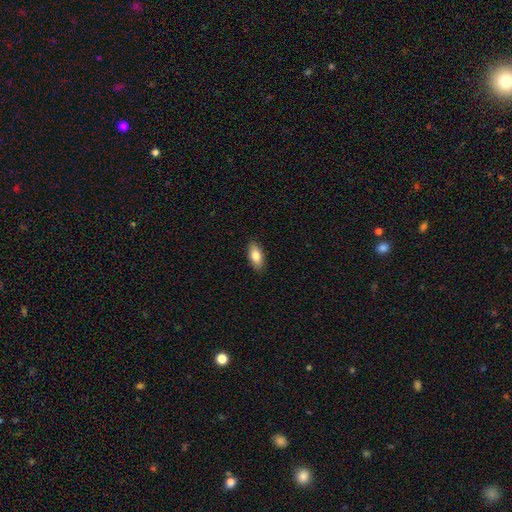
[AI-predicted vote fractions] Q: Smooth or featured?
A: smooth (79%); runner-up: featured or disk (14%)
Q: How rounded?
A: in between (87%); runner-up: cigar-shaped (10%)
Q: Merging?
A: none (89%); runner-up: minor disturbance (8%)